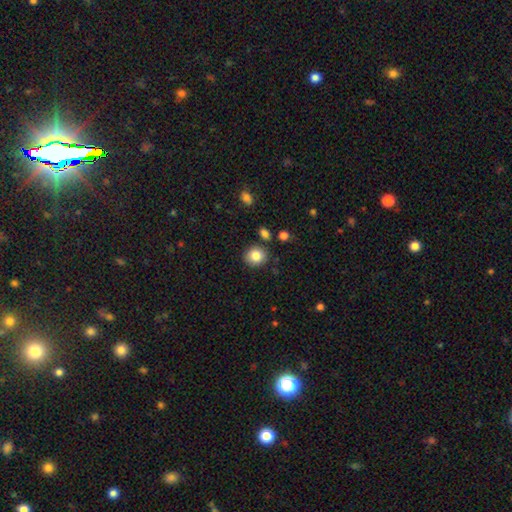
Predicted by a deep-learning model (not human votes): This appears to be a smooth galaxy with no disk features (84%) that is round (79%). Merging: none (85%).